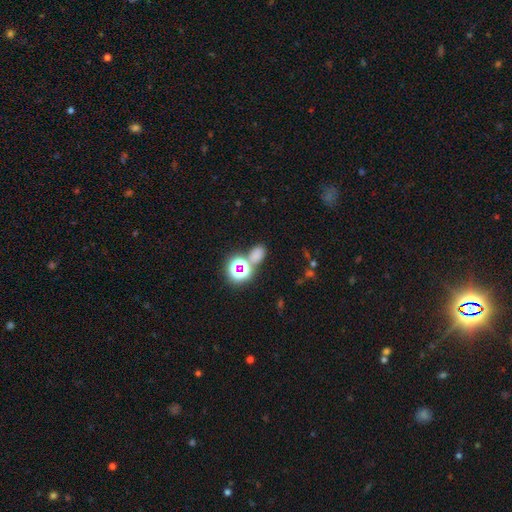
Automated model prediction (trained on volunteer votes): This appears to be a smooth galaxy with no disk features (59%) that is in between round and cigar-shaped (60%). Merging: none (62%).